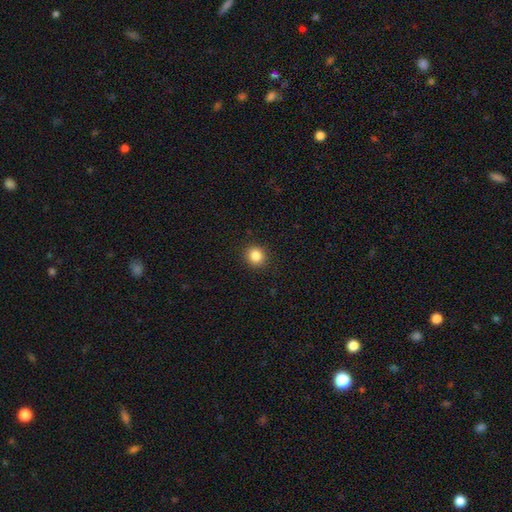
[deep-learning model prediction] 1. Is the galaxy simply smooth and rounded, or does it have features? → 85% smooth, 10% star or artifact, 4% featured or disk.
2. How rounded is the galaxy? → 84% round, 15% in between, 1% cigar-shaped.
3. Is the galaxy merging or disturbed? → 91% none, 6% minor disturbance, 2% major disturbance, 1% merger.